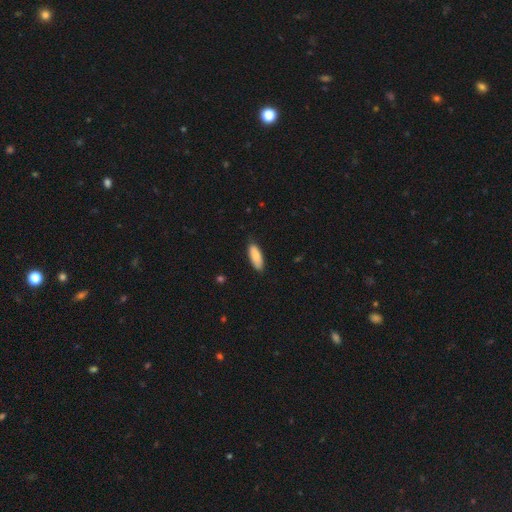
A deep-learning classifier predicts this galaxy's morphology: Smooth or featured? smooth (82%)
How rounded? in between (73%)
Merging? none (82%)